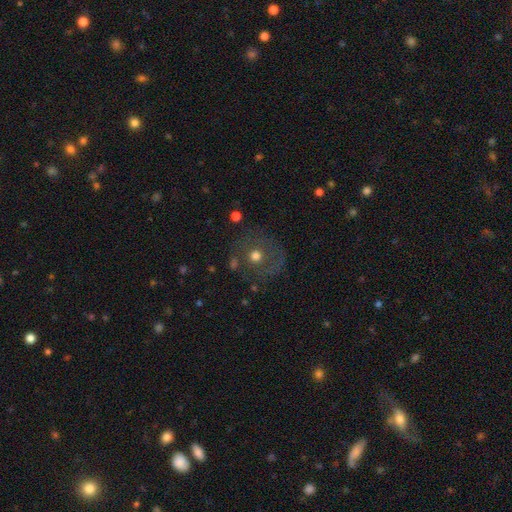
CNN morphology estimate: Overall: smooth (54%; featured or disk 31%). How rounded: round (89%). Merging: none (71%).